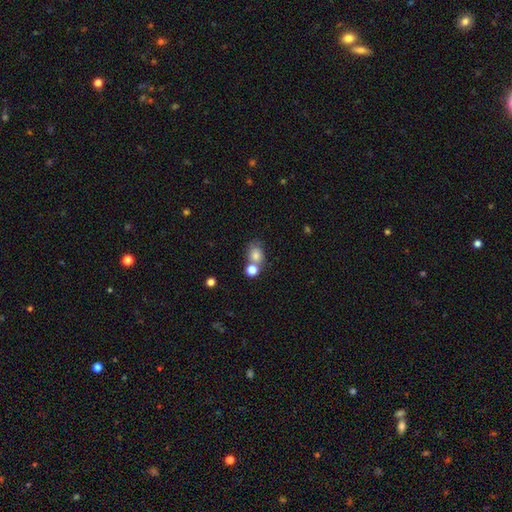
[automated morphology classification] smooth_or_featured: smooth (p=0.78) [alt: star or artifact p=0.12]
how_rounded: round (p=0.53) [alt: in between p=0.46]
merging: none (p=0.48) [alt: merger p=0.33]